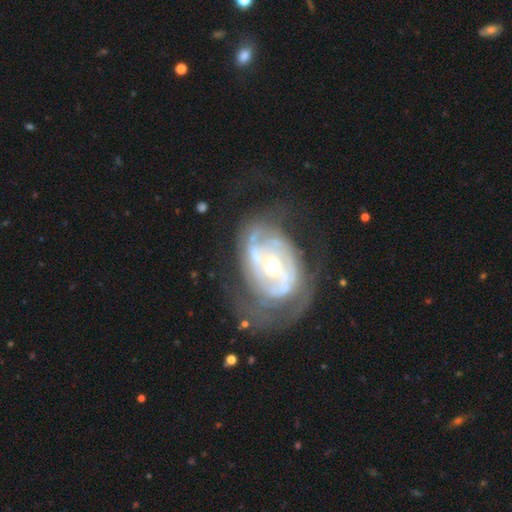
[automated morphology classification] Overall: featured or disk (82%). Edge-on disk: no (96%). Bar: no (49%; weak 32%). Spiral arms: yes (80%). Spiral arm count: 2 (50%; can't tell 28%). Spiral winding: tight (46%; medium 36%). Bulge size: moderate (54%; small 41%). Merging: none (50%; major disturbance 23%).